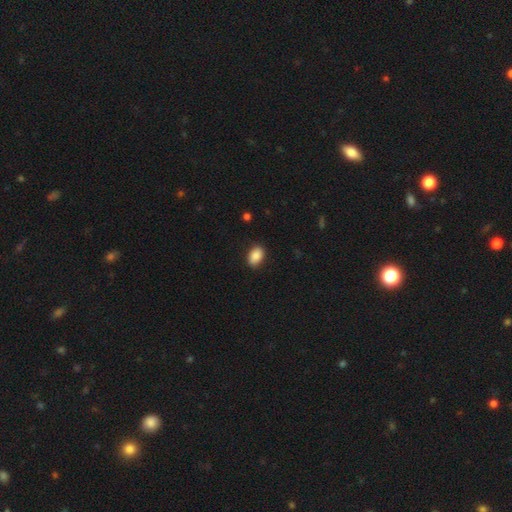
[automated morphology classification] smooth_or_featured: smooth (p=0.87) [alt: star or artifact p=0.08]
how_rounded: in between (p=0.87) [alt: round p=0.12]
merging: none (p=0.87) [alt: minor disturbance p=0.10]